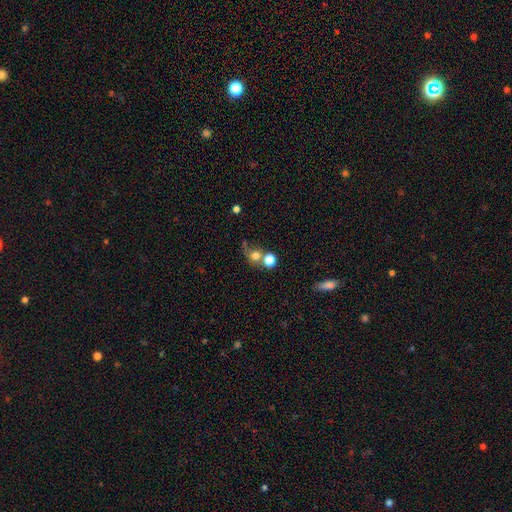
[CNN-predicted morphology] type=smooth (67%); roundness=round (78%); merging=none (41%).